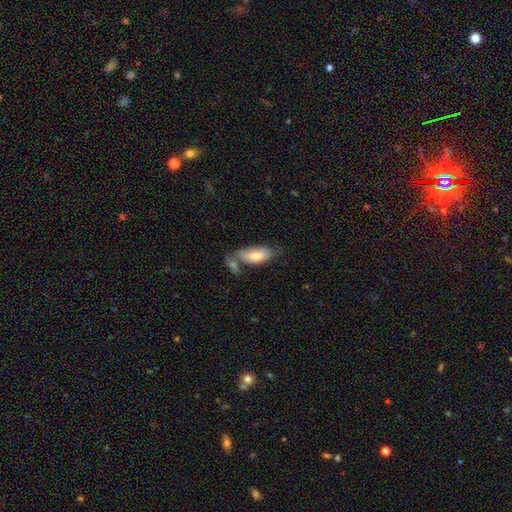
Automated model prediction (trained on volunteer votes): A smooth galaxy with no disk features (70%) that is in between round and cigar-shaped (78%).

Vote fractions:
- Smooth or featured? smooth: 70% / featured or disk: 23% / star or artifact: 7%
- How rounded? in between: 78% / cigar-shaped: 20% / round: 2%
- Merging? none: 48% / merger: 26% / minor disturbance: 19% / major disturbance: 7%